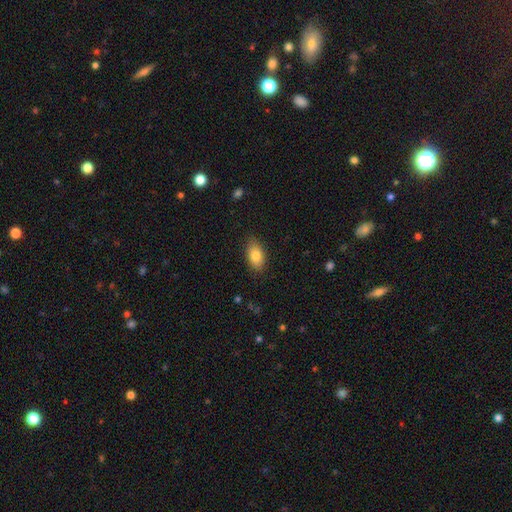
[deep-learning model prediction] Smooth or featured? smooth (83%)
How rounded? in between (91%)
Merging? none (85%)